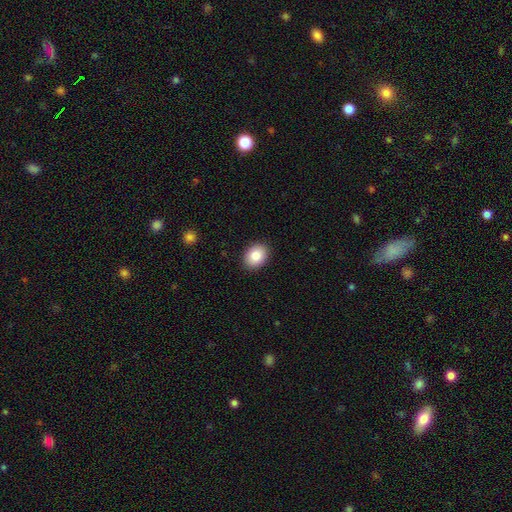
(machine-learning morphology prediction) This is clearly a smooth galaxy (84%). How rounded: likely in between (66%). Merging: clearly none (90%).